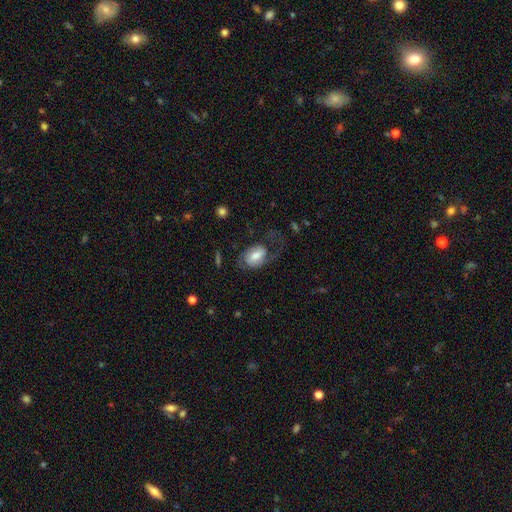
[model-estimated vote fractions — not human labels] featured or disk 54%, smooth 39%, star or artifact 7%. Down the decision tree: edge-on disk — no (96%); bar — weak (44%); spiral arms — yes (81%); bulge size — moderate (50%); merging — major disturbance (42%).